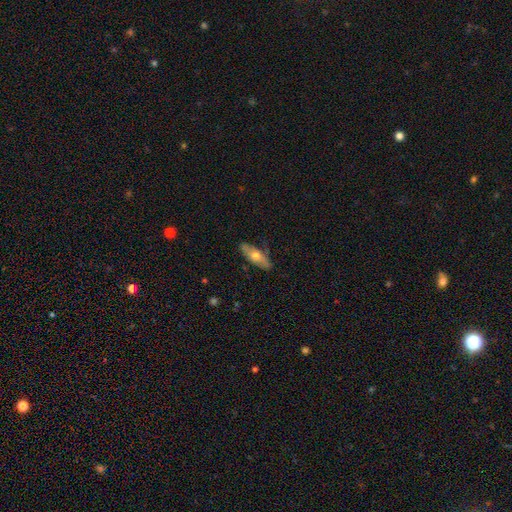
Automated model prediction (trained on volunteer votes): This is possibly a smooth galaxy (55%). How rounded: likely in between (64%). Merging: likely none (79%).